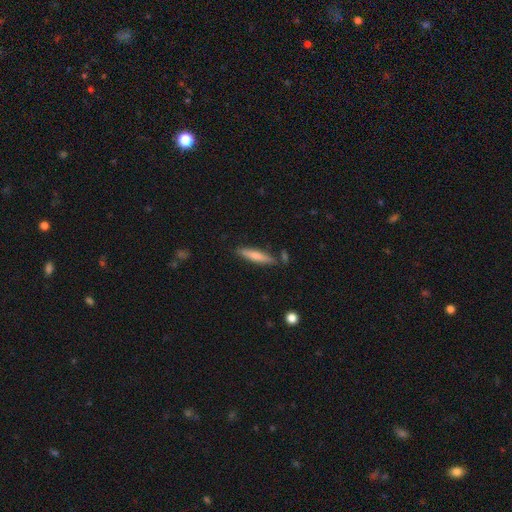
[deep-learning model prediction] Smooth or featured? smooth (71%)
How rounded? cigar-shaped (85%)
Merging? none (81%)